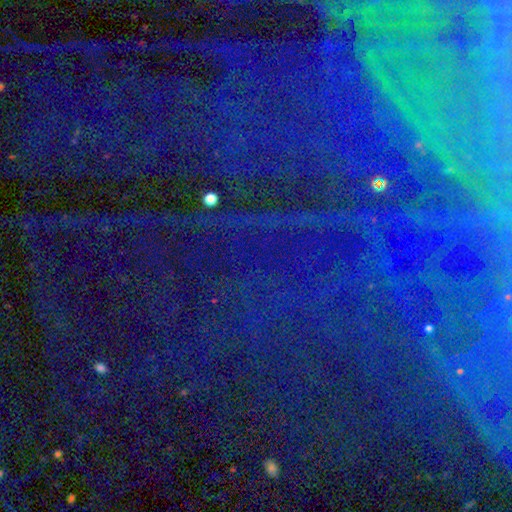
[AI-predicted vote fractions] Smooth or featured? star or artifact (82%)